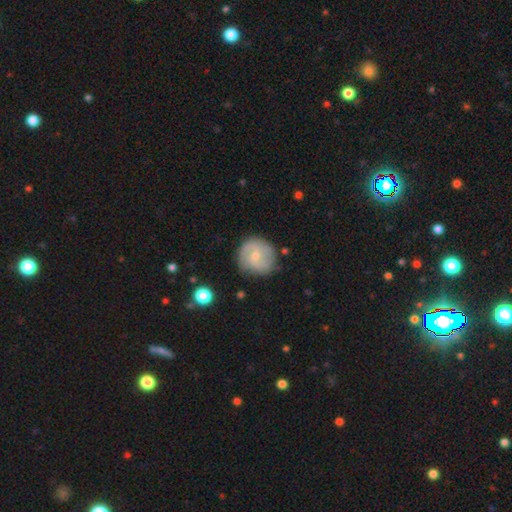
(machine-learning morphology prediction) The model was most divided on "spiral winding": medium: 44%, tight: 40%, loose: 17%. More confident: edge-on disk — no (98%); spiral arms — yes (89%); merging — none (79%); spiral arm count — 2 (70%); smooth or featured — featured or disk (66%); bulge size — small (60%); bar — no (56%).